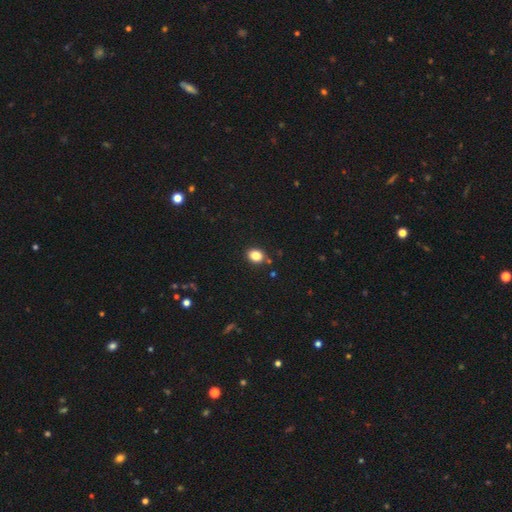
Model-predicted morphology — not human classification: smooth 84%, star or artifact 11%, featured or disk 5%. Down the decision tree: how rounded — in between (51%); merging — none (88%).